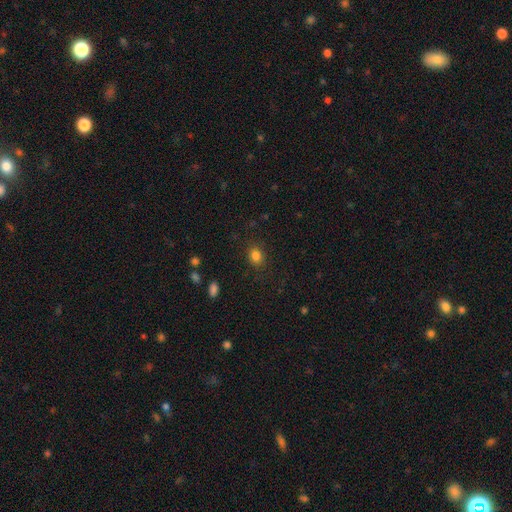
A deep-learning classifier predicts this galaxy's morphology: smooth_or_featured: smooth (p=0.83) [alt: star or artifact p=0.12]
how_rounded: in between (p=0.50) [alt: round p=0.49]
merging: none (p=0.85) [alt: minor disturbance p=0.10]